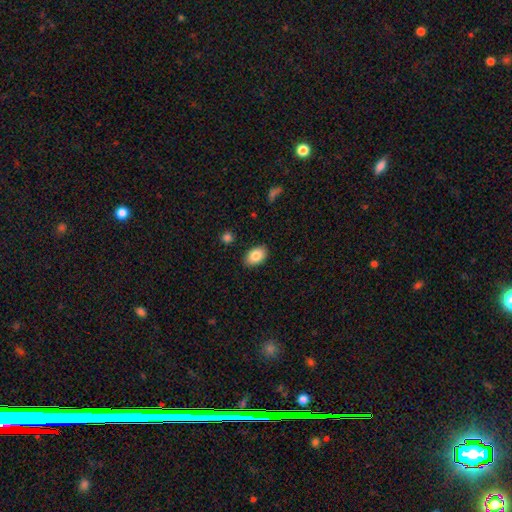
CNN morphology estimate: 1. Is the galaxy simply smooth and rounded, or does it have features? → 84% smooth, 8% featured or disk, 7% star or artifact.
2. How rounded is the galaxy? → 89% in between, 9% round, 1% cigar-shaped.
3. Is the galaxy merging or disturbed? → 87% none, 9% minor disturbance, 2% major disturbance, 1% merger.